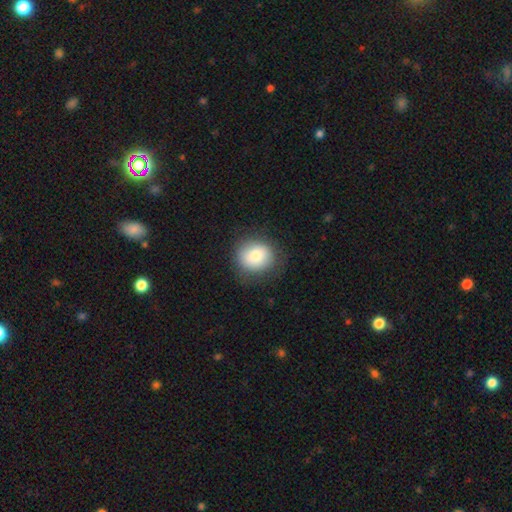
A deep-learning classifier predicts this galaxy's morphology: Smooth or featured? Predicted: smooth (p=0.79). How rounded? Predicted: round (p=0.79). Merging? Predicted: none (p=0.82).